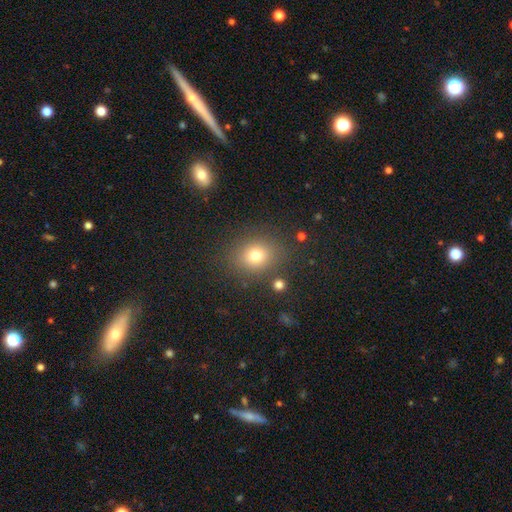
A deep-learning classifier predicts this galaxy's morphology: Q: Smooth or featured?
A: smooth (75%); runner-up: star or artifact (15%)
Q: How rounded?
A: round (71%); runner-up: in between (28%)
Q: Merging?
A: none (83%); runner-up: minor disturbance (9%)